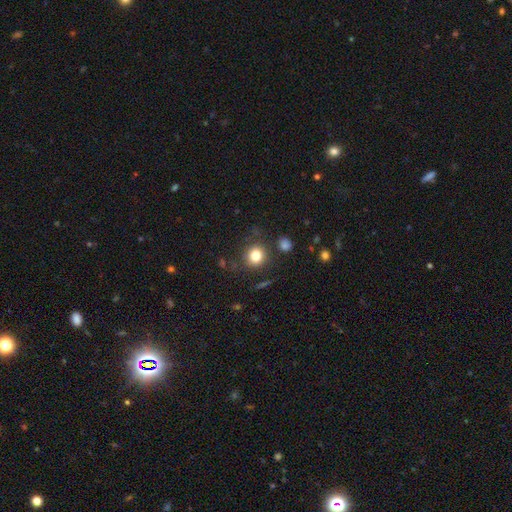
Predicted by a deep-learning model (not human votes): This appears to be a smooth galaxy with no disk features (81%) that is round (87%). Merging: none (84%).